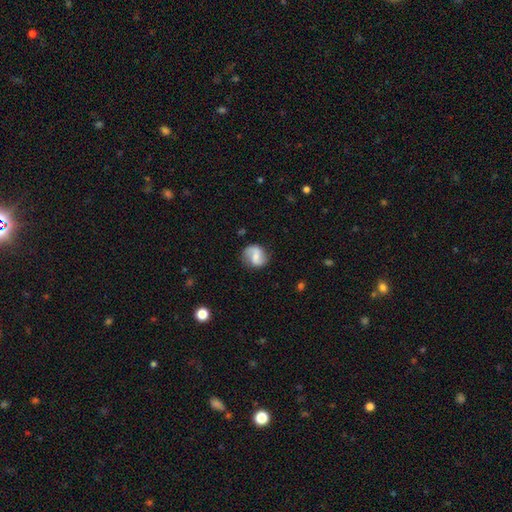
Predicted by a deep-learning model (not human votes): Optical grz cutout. It shows a featured or disk galaxy (67%) with a weak bar (48%), 2 (88%) loose (50%) spiral arms (93%) and a small central bulge (39%). Merging: none (77%).